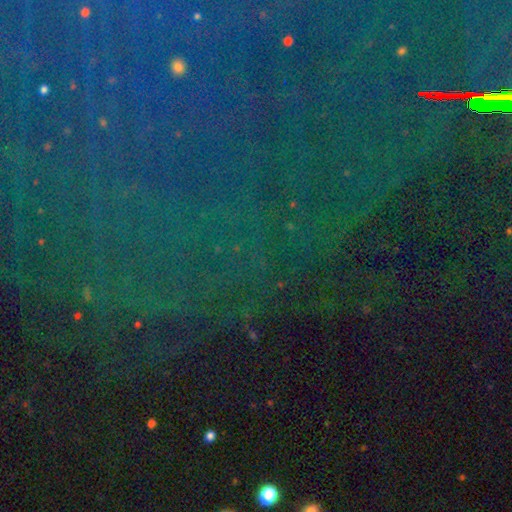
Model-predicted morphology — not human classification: Smooth or featured? Predicted: star or artifact (p=0.86).